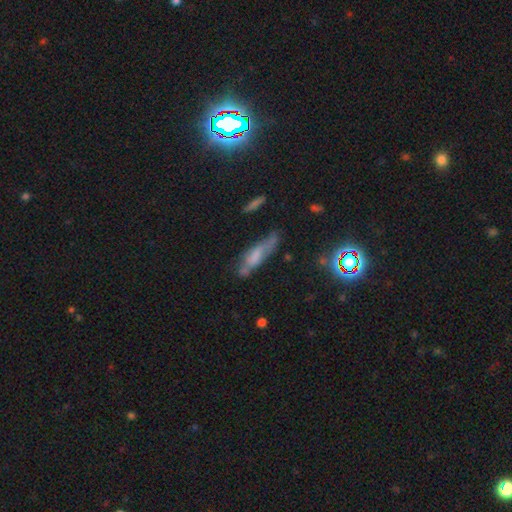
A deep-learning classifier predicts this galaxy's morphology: Smooth or featured? Predicted: smooth (p=0.46). Merging? Predicted: none (p=0.47).